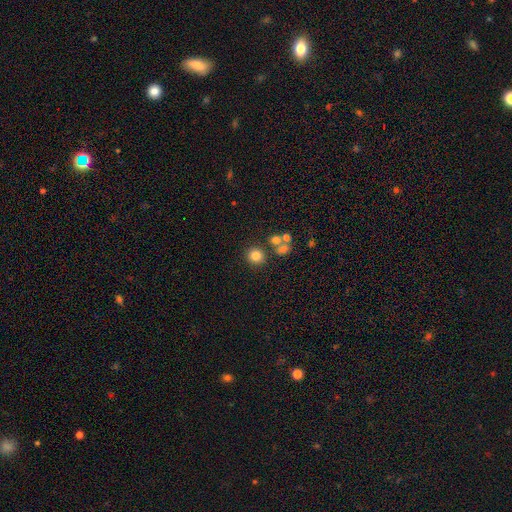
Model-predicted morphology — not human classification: Smooth or featured?
  - smooth: 78% *
  - star or artifact: 13%
  - featured or disk: 8%
How rounded?
  - round: 90% *
  - in between: 9%
  - cigar-shaped: 1%
Merging?
  - none: 76% *
  - merger: 12%
  - minor disturbance: 8%
  - major disturbance: 4%